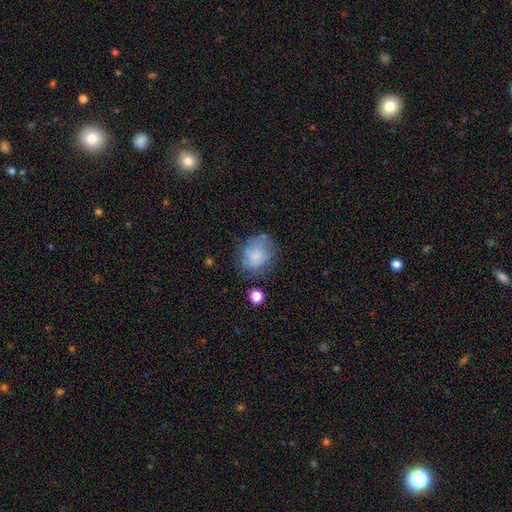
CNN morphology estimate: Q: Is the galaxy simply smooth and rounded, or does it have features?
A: smooth — 62%.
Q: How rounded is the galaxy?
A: round — 55%.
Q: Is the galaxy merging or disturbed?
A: none — 52%.